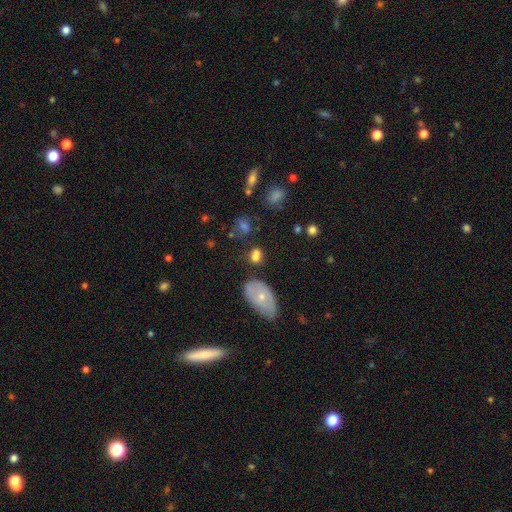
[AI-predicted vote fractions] Overall: smooth (70%). How rounded: in between (61%; round 36%). Merging: none (58%).